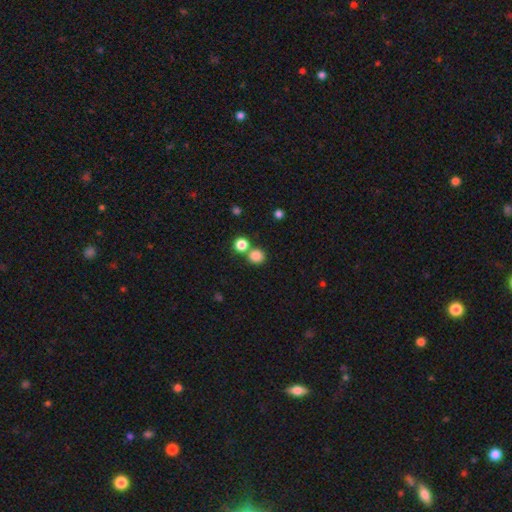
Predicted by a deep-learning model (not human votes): Smooth or featured: smooth — 83% (star or artifact — 12%)
How rounded: round — 89% (in between — 10%)
Merging: none — 66% (merger — 24%)